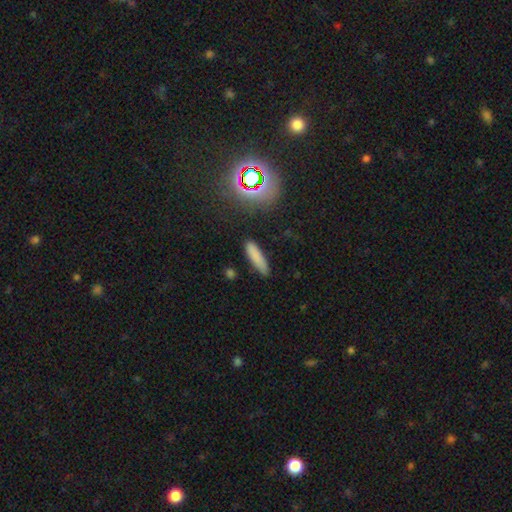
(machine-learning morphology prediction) Overall: smooth (81%). How rounded: cigar-shaped (75%). Merging: none (84%).